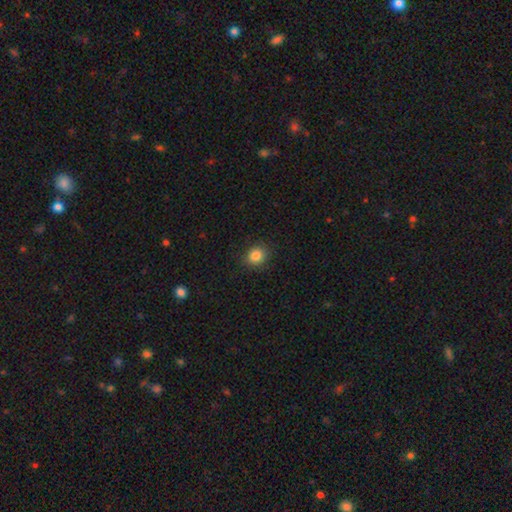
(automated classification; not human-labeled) Overall: smooth (85%). How rounded: round (75%). Merging: none (88%).